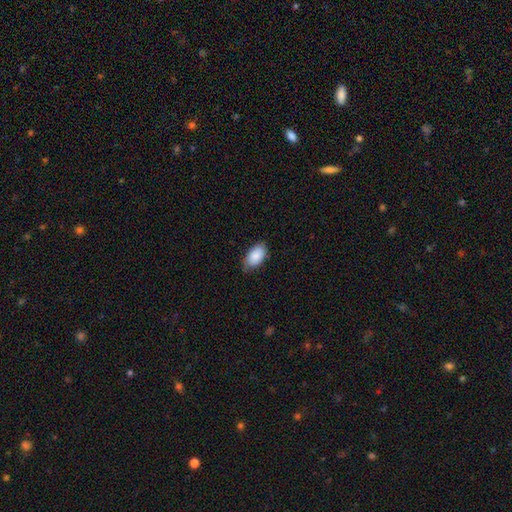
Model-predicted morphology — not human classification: Smooth or featured?
  - smooth: 88% *
  - star or artifact: 6%
  - featured or disk: 6%
How rounded?
  - in between: 94% *
  - round: 4%
  - cigar-shaped: 2%
Merging?
  - none: 75% *
  - minor disturbance: 21%
  - major disturbance: 3%
  - merger: 1%